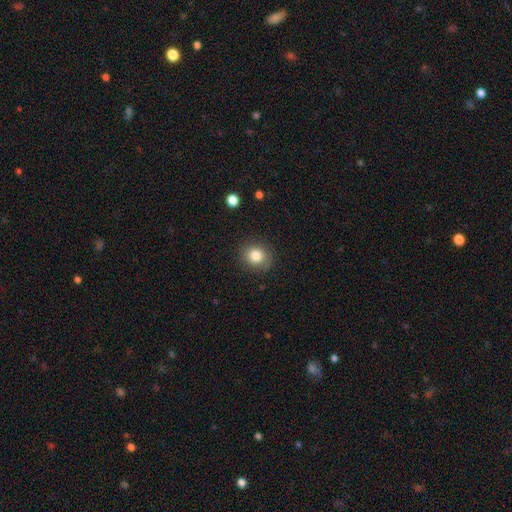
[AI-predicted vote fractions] This is clearly a smooth galaxy (82%). How rounded: likely round (80%). Merging: clearly none (86%).